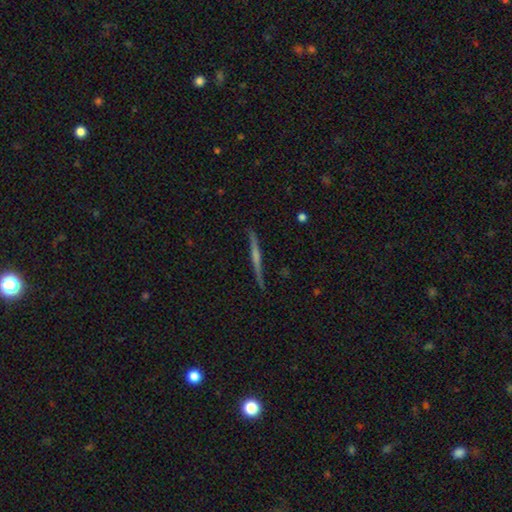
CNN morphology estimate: smooth_or_featured: featured or disk (p=0.66) [alt: smooth p=0.21]
disk_edge_on: yes (p=0.94) [alt: no p=0.06]
edge_on_bulge: rounded (p=0.61) [alt: none p=0.29]
merging: none (p=0.87) [alt: minor disturbance p=0.09]